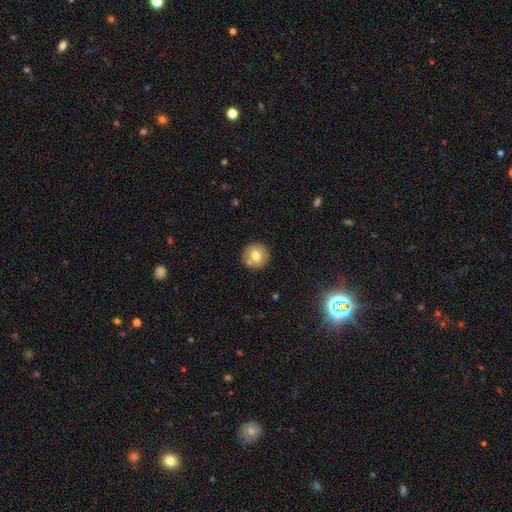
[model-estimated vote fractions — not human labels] This is likely a smooth galaxy (72%). How rounded: clearly round (93%). Merging: likely none (79%).